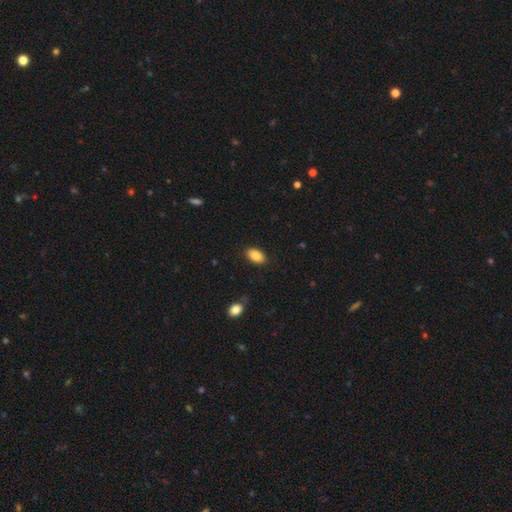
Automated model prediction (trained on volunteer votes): The model was most divided on "merging": none: 86%, minor disturbance: 10%, major disturbance: 3%, merger: 1%. More confident: how rounded — in between (91%); smooth or featured — smooth (87%).